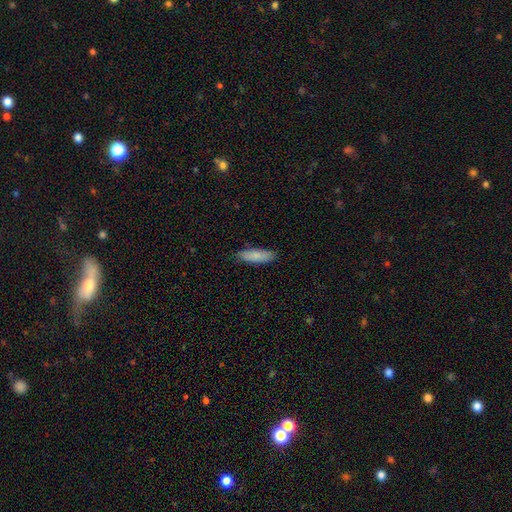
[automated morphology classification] smooth_or_featured: smooth (p=0.82) [alt: featured or disk p=0.12]
how_rounded: cigar-shaped (p=0.53) [alt: in between p=0.46]
merging: none (p=0.83) [alt: minor disturbance p=0.13]